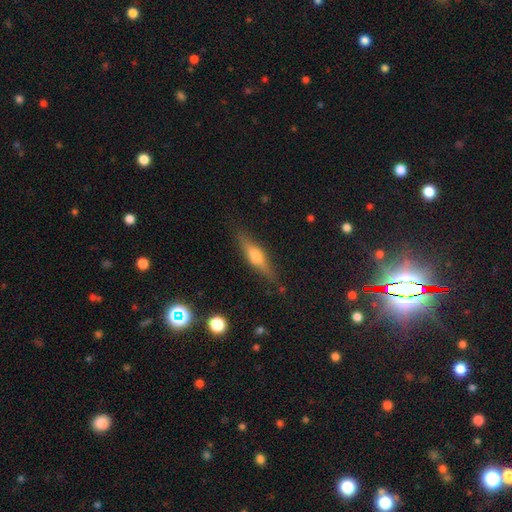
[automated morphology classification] This appears to be a featured or disk galaxy (58%) viewed edge-on (94%) with a rounded central bulge (87%). Merging: none (86%).